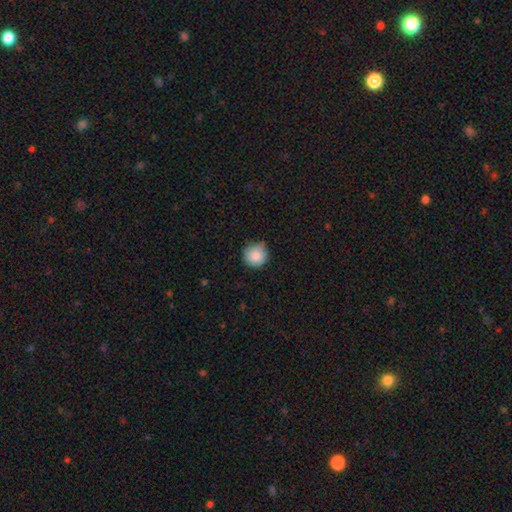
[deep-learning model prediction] Smooth or featured?
  - smooth: 87% *
  - star or artifact: 8%
  - featured or disk: 5%
How rounded?
  - round: 94% *
  - in between: 5%
  - cigar-shaped: 1%
Merging?
  - none: 71% *
  - minor disturbance: 24%
  - major disturbance: 3%
  - merger: 1%